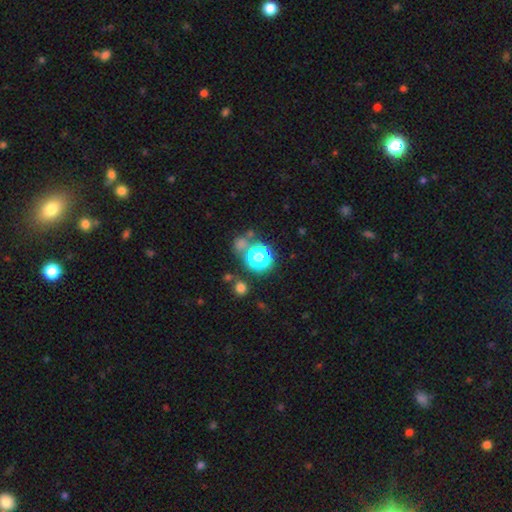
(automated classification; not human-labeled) smooth-or-featured: star or artifact: 65% | smooth: 24% | featured or disk: 10%